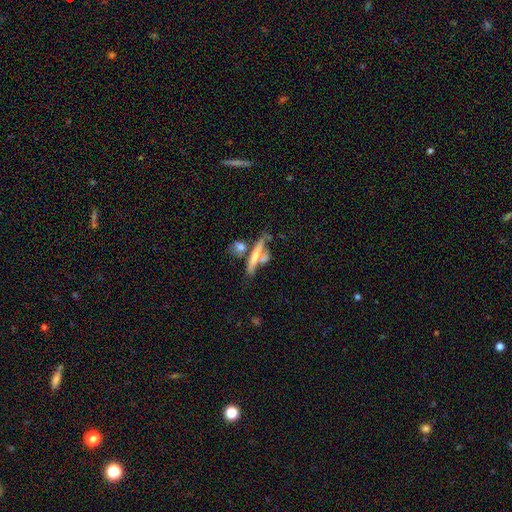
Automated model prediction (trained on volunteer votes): smooth 47%, featured or disk 45%, star or artifact 8%. Down the decision tree: merging — none (43%).